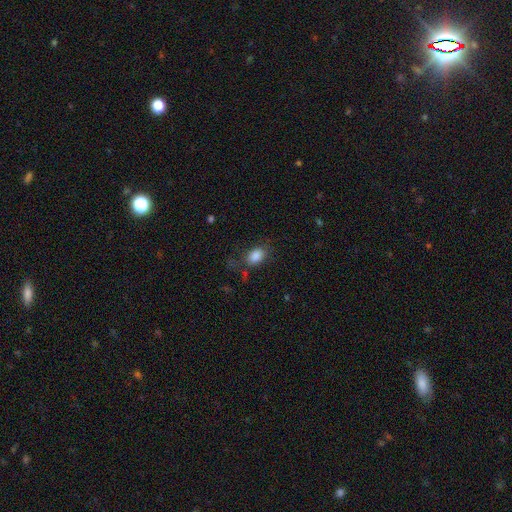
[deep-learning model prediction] Smooth or featured? Predicted: smooth (p=0.86). How rounded? Predicted: in between (p=0.85). Merging? Predicted: none (p=0.69).